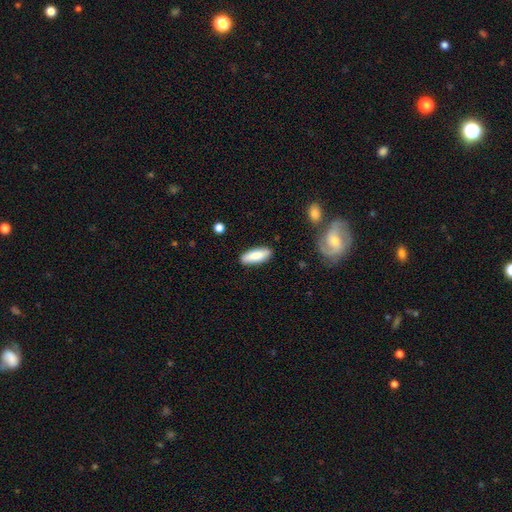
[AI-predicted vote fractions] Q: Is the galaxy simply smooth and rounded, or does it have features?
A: smooth — 86%.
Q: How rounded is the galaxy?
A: in between — 67%.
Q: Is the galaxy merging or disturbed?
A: none — 87%.